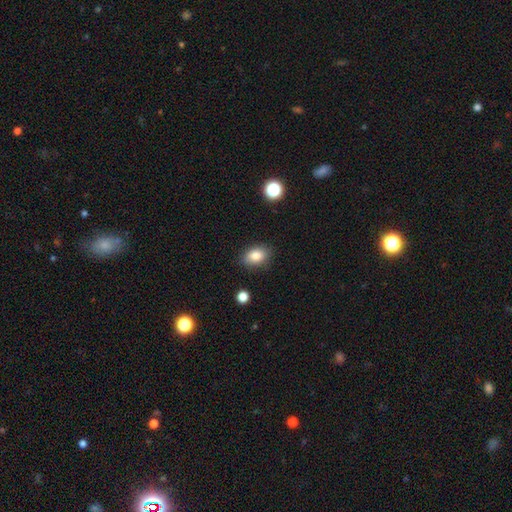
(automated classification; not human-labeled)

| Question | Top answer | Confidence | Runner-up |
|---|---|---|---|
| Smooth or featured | smooth | 83% | star or artifact (9%) |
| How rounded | in between | 76% | round (23%) |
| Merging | none | 85% | minor disturbance (11%) |